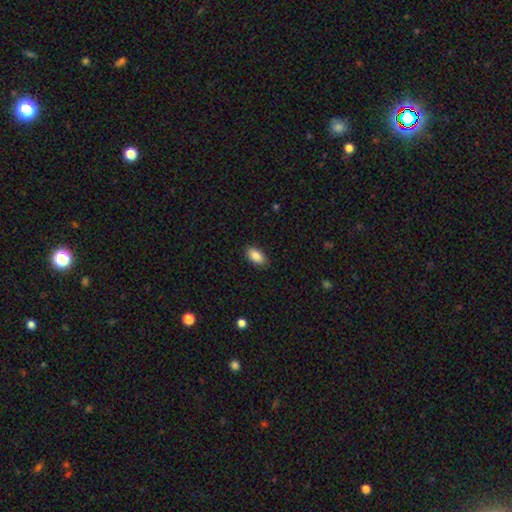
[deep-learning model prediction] Smooth or featured: smooth — 88% (star or artifact — 7%)
How rounded: in between — 93% (round — 4%)
Merging: none — 87% (minor disturbance — 9%)